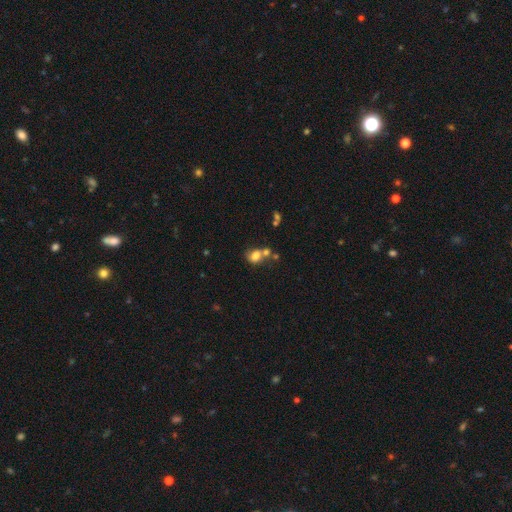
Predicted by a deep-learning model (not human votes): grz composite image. It shows a smooth galaxy with no disk features (73%) that is in between round and cigar-shaped (51%). Merging: merger (42%).